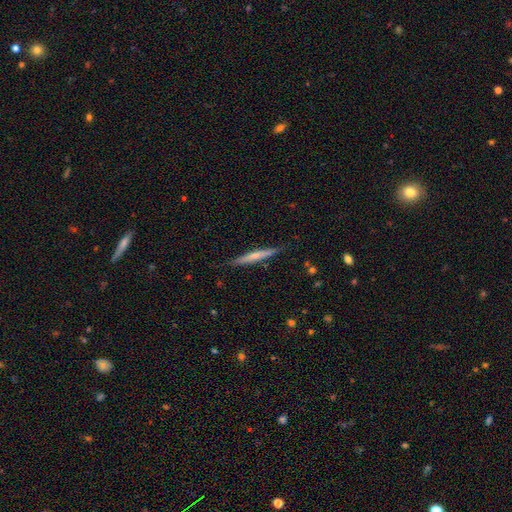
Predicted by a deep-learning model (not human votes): smooth-or-featured: featured or disk: 50% | smooth: 45% | star or artifact: 6%
  merging: none: 87% | minor disturbance: 10% | major disturbance: 2% | merger: 1%